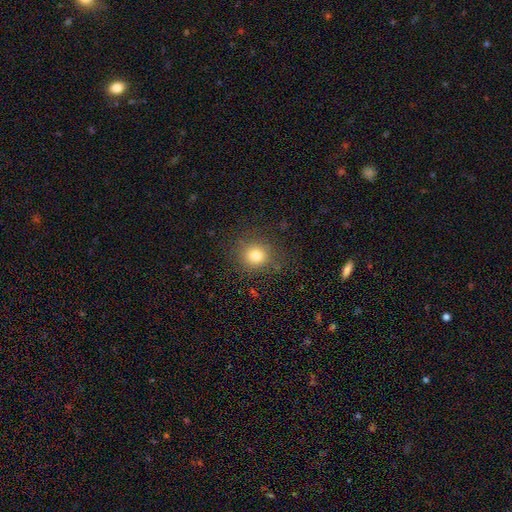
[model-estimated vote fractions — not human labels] The model was most divided on "smooth or featured": smooth: 78%, star or artifact: 14%, featured or disk: 8%. More confident: how rounded — round (90%); merging — none (85%).